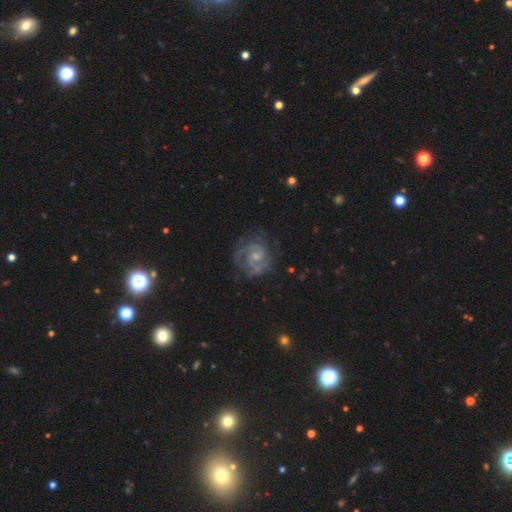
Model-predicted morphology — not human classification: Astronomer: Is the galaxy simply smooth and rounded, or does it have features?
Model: featured or disk — 85%.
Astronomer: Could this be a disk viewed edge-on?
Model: no — 98%.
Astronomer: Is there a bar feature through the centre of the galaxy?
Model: no — 54% (runner-up: weak, 40%).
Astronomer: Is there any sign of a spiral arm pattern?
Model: yes — 95%.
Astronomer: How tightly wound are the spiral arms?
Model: tight — 45%, tied with medium at 45%.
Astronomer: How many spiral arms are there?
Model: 2 — 67%.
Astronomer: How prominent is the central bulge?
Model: small — 60%.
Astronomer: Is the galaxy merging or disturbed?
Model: none — 68%.